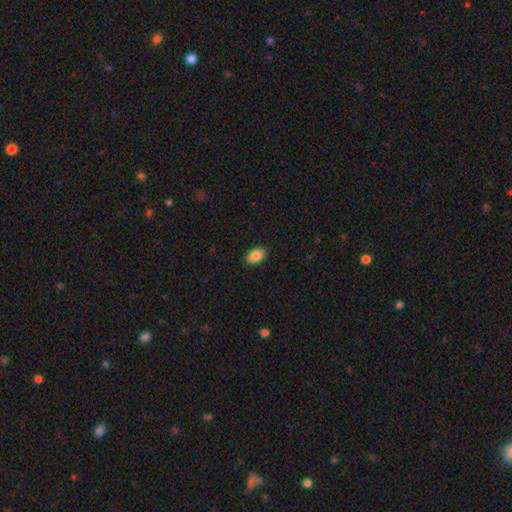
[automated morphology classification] type=smooth (86%); roundness=in between (90%); merging=none (89%).